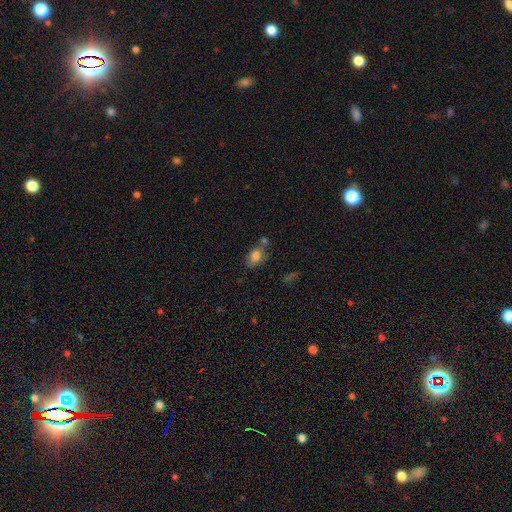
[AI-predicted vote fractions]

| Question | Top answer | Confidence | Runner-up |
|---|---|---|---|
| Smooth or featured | smooth | 80% | featured or disk (11%) |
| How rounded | in between | 84% | round (14%) |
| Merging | none | 58% | minor disturbance (19%) |